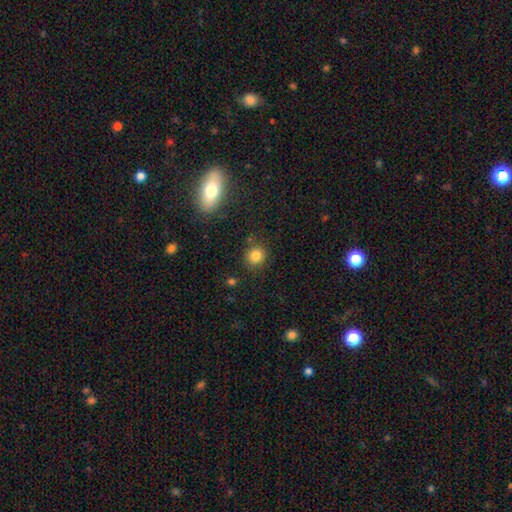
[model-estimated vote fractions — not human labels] This is clearly a smooth galaxy (83%). How rounded: clearly round (88%). Merging: clearly none (85%).